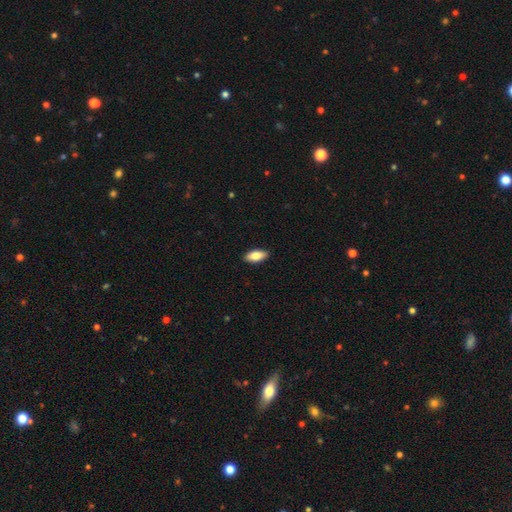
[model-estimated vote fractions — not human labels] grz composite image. It shows a smooth galaxy with no disk features (80%) that is in between round and cigar-shaped (83%). Merging: none (90%).